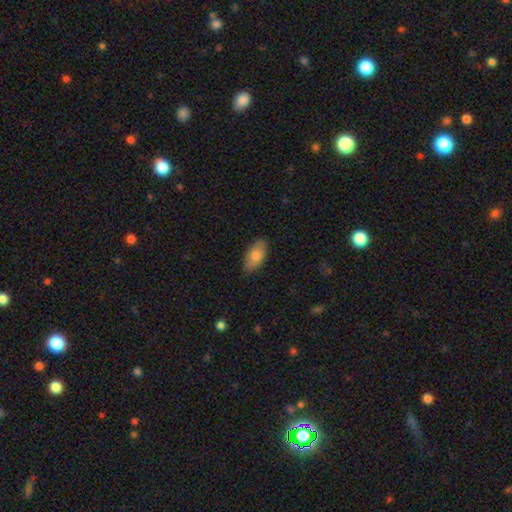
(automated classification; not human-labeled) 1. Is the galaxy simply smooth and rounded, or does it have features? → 78% smooth, 16% featured or disk, 6% star or artifact.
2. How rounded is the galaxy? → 93% in between, 4% cigar-shaped, 3% round.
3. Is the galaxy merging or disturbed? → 79% none, 17% minor disturbance, 3% major disturbance, 1% merger.